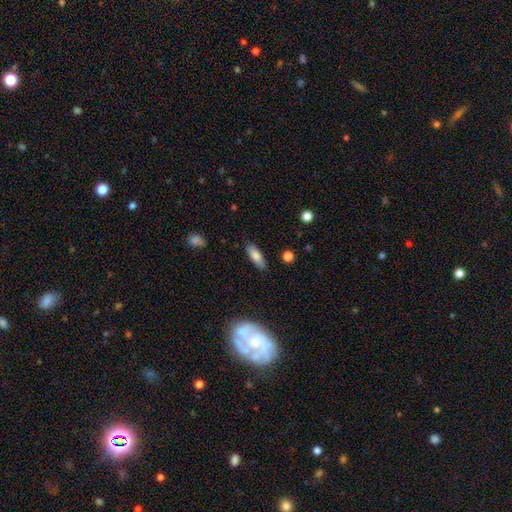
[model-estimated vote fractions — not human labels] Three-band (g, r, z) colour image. It shows a smooth galaxy with no disk features (81%) that is in between round and cigar-shaped (66%). Merging: none (83%).